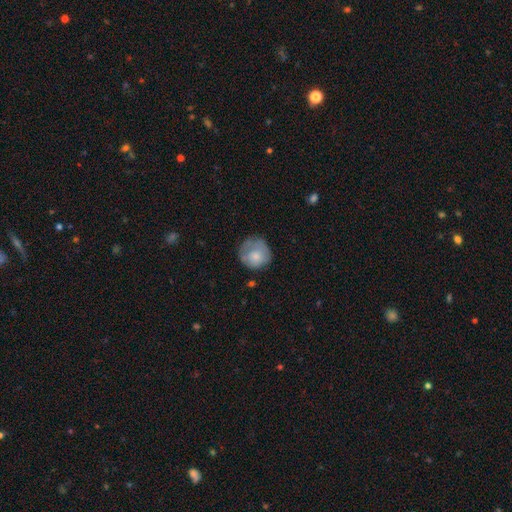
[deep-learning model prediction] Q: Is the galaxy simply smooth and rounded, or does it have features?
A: smooth — 71%.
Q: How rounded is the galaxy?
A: round — 89%.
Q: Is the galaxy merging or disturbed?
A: none — 61%.